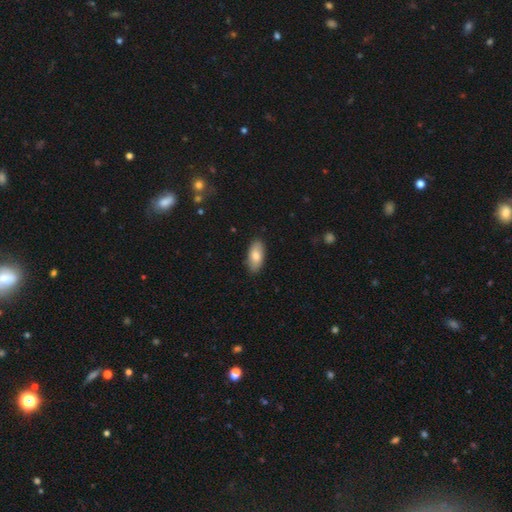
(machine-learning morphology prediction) smooth_or_featured: smooth (p=0.81) [alt: featured or disk p=0.13]
how_rounded: in between (p=0.91) [alt: cigar-shaped p=0.07]
merging: none (p=0.87) [alt: minor disturbance p=0.10]